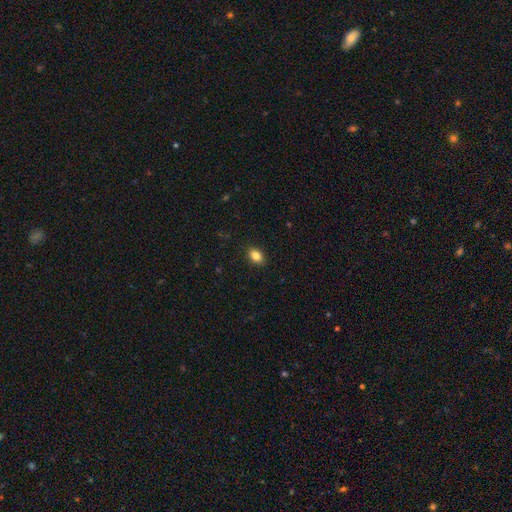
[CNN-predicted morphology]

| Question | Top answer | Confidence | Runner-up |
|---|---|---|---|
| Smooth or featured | smooth | 85% | star or artifact (10%) |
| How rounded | in between | 74% | round (25%) |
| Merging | none | 90% | minor disturbance (8%) |